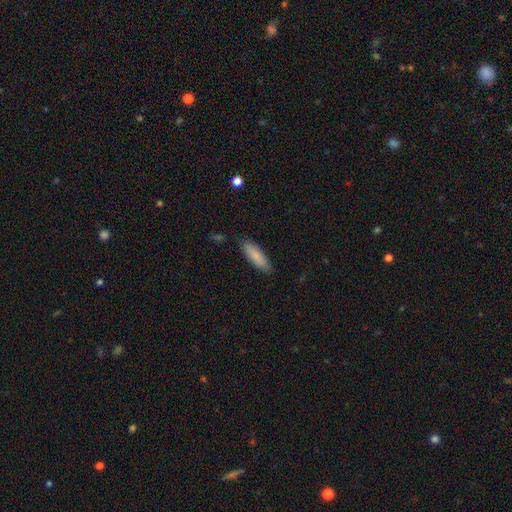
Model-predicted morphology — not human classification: smooth-or-featured: smooth: 84% | featured or disk: 10% | star or artifact: 6%
  how-rounded: cigar-shaped: 55% | in between: 44% | round: 1%
  merging: none: 85% | minor disturbance: 12% | major disturbance: 2% | merger: 1%